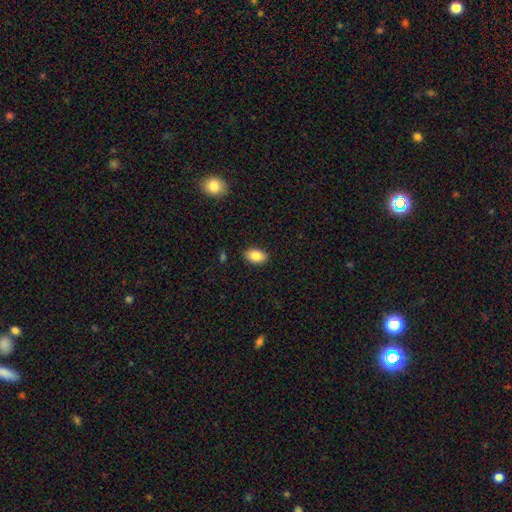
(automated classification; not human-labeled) Smooth or featured: smooth — 85% (featured or disk — 7%)
How rounded: in between — 91% (round — 7%)
Merging: none — 88% (minor disturbance — 8%)